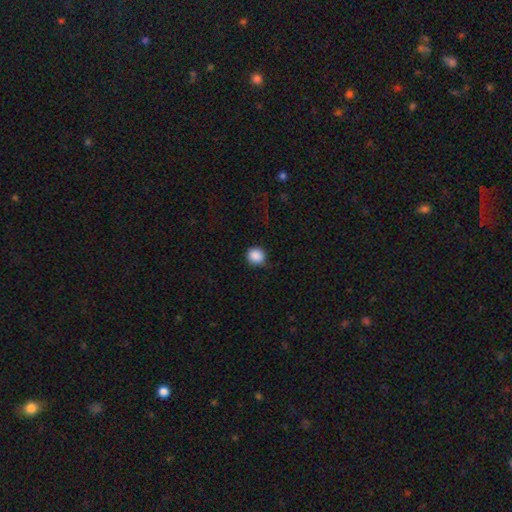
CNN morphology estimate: This is clearly a smooth galaxy (88%). How rounded: clearly round (88%). Merging: likely none (80%).